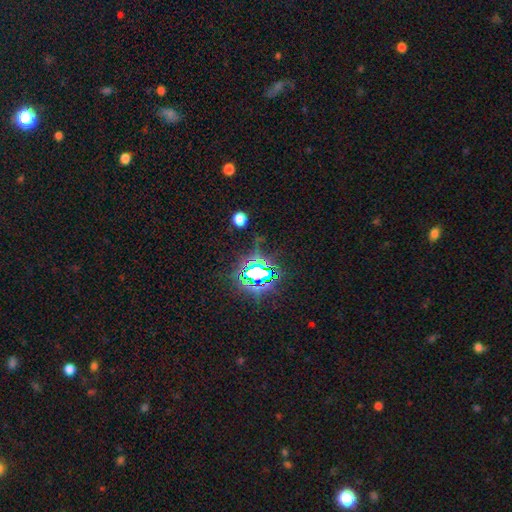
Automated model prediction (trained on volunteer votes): Smooth or featured: star or artifact — 82% (smooth — 11%)